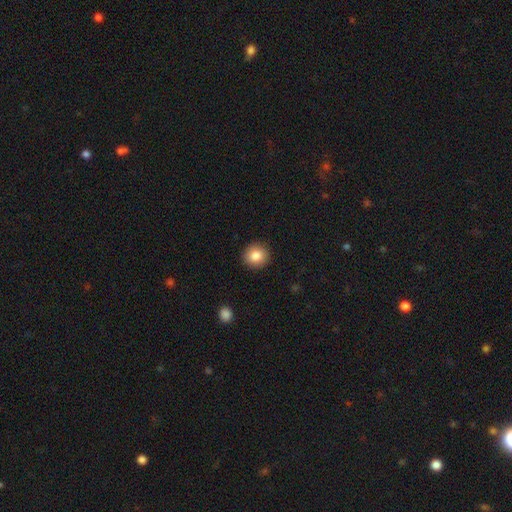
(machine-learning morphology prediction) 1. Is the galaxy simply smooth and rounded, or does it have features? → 84% smooth, 9% star or artifact, 7% featured or disk.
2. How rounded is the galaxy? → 90% round, 9% in between, 1% cigar-shaped.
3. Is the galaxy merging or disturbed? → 92% none, 6% minor disturbance, 2% major disturbance, 1% merger.